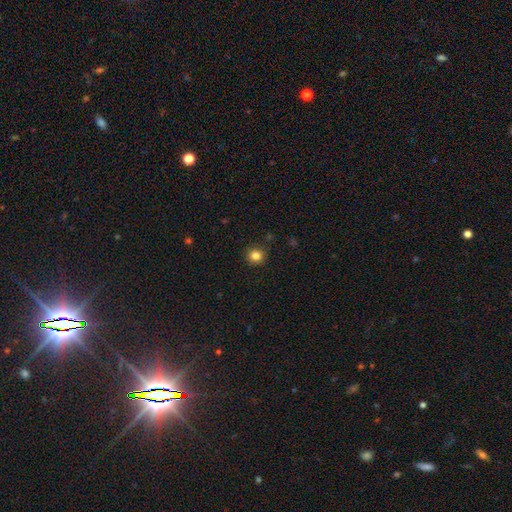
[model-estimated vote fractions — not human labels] This appears to be a smooth galaxy with no disk features (83%) that is round (91%). Merging: none (90%).